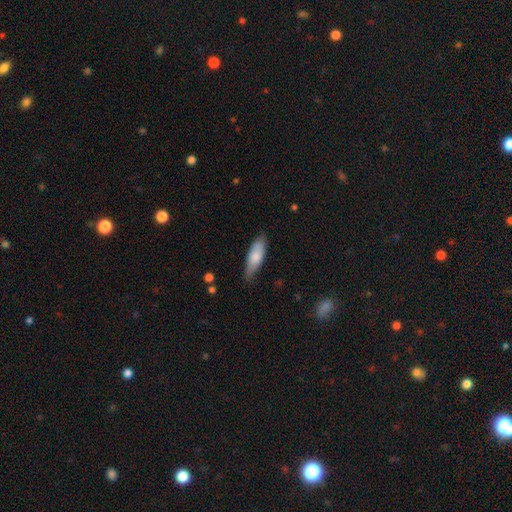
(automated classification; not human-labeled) A smooth galaxy with no disk features (77%) that is in between round and cigar-shaped (61%). Merging: none (74%).